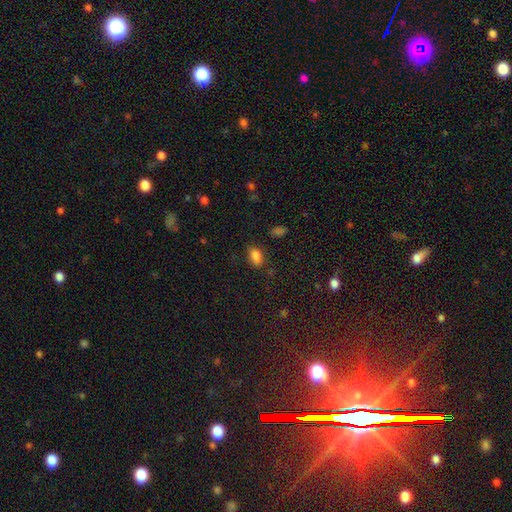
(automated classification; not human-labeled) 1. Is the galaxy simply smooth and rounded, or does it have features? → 82% smooth, 13% star or artifact, 6% featured or disk.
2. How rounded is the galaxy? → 87% in between, 10% round, 2% cigar-shaped.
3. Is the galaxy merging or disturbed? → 77% none, 16% minor disturbance, 4% major disturbance, 2% merger.